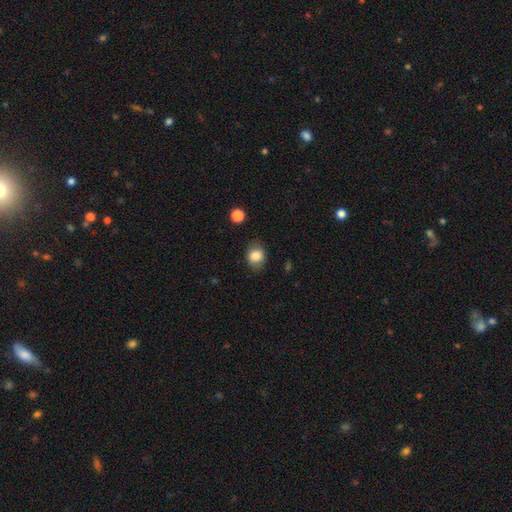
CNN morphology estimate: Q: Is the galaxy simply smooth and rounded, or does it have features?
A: smooth — 84%.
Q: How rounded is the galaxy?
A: round — 57%.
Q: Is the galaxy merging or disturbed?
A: none — 81%.